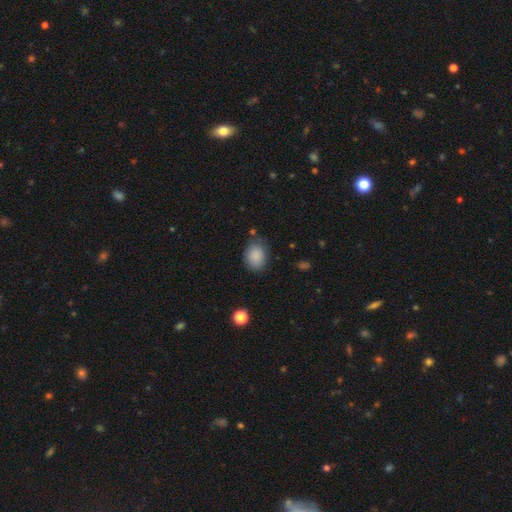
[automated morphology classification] A smooth galaxy with no disk features (88%) that is in between round and cigar-shaped (61%).

Vote fractions:
- Smooth or featured? smooth: 88% / star or artifact: 8% / featured or disk: 4%
- How rounded? in between: 61% / round: 38% / cigar-shaped: 1%
- Merging? none: 77% / minor disturbance: 16% / major disturbance: 4% / merger: 2%